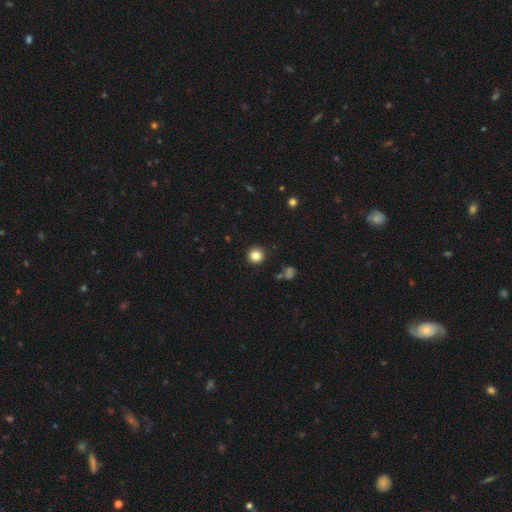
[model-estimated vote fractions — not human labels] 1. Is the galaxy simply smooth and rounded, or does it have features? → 83% smooth, 12% star or artifact, 5% featured or disk.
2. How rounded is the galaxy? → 94% round, 5% in between, 1% cigar-shaped.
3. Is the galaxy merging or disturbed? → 91% none, 5% minor disturbance, 2% major disturbance, 2% merger.